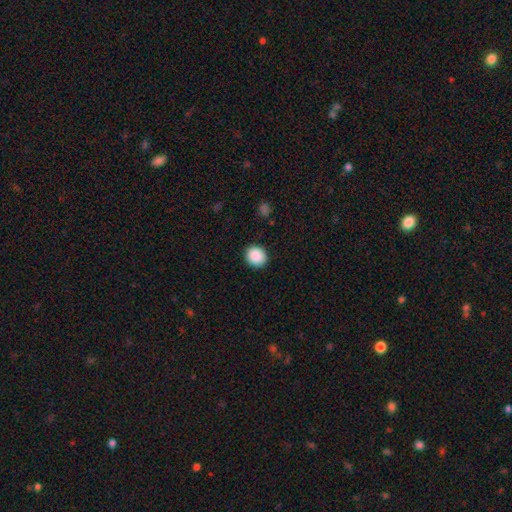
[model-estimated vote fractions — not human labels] Smooth or featured? smooth (89%)
How rounded? round (80%)
Merging? none (90%)